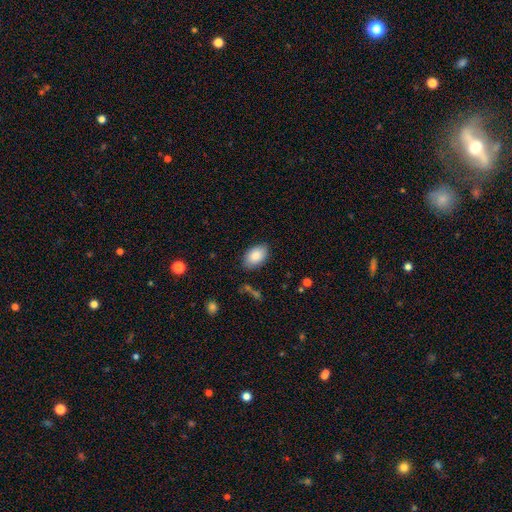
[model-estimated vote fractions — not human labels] Overall: smooth (87%). How rounded: in between (91%). Merging: none (83%).